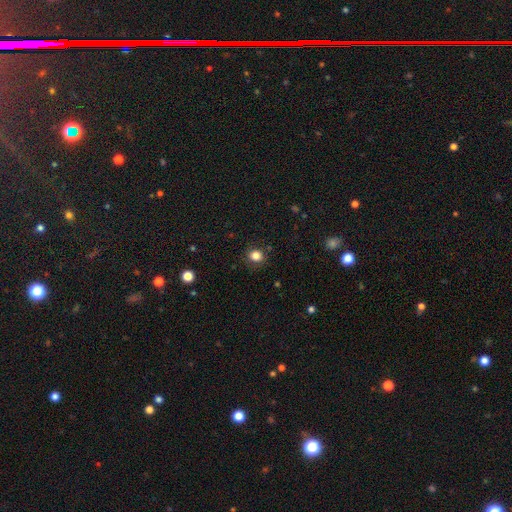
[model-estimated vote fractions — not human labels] smooth 83%, star or artifact 12%, featured or disk 5%. Down the decision tree: how rounded — round (72%); merging — none (84%).